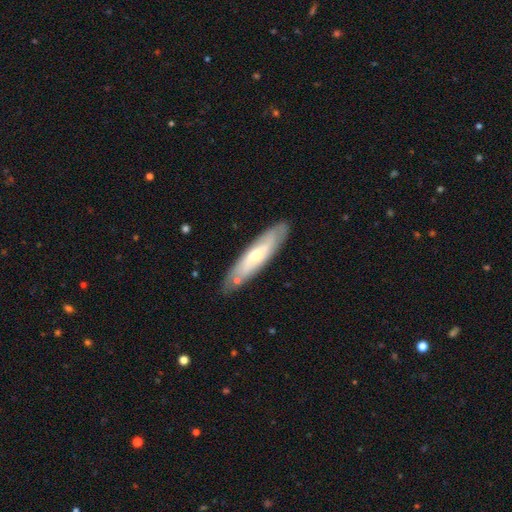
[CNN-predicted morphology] Q: Smooth or featured?
A: featured or disk (56%); runner-up: smooth (39%)
Q: Edge-on disk?
A: no (58%); runner-up: yes (42%)
Q: Merging?
A: none (82%); runner-up: minor disturbance (13%)